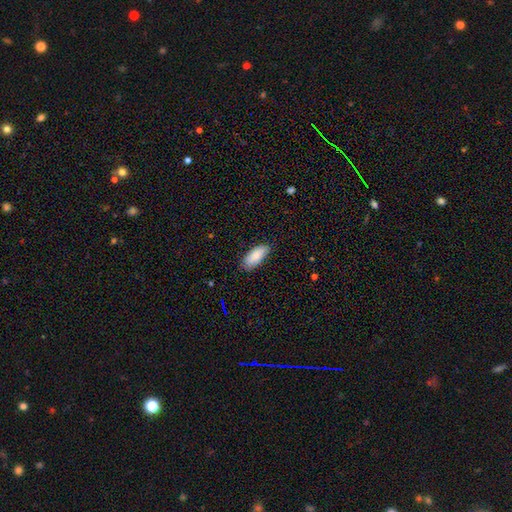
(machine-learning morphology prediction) Smooth or featured?
  - smooth: 87% *
  - featured or disk: 7%
  - star or artifact: 6%
How rounded?
  - in between: 84% *
  - cigar-shaped: 15%
  - round: 2%
Merging?
  - none: 82% *
  - minor disturbance: 15%
  - major disturbance: 2%
  - merger: 1%